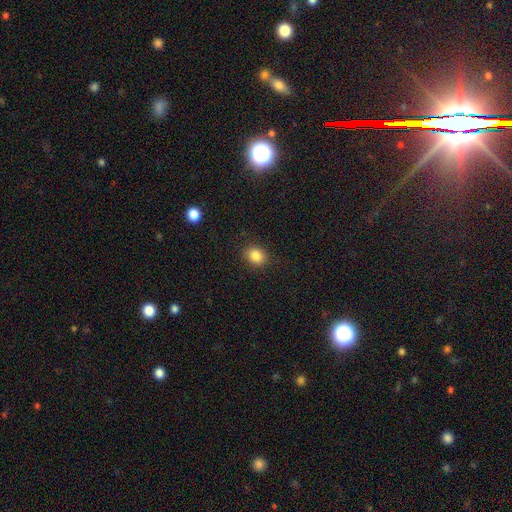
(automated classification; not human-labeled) Morphology: type=smooth (84%); roundness=round (59%); merging=none (87%).